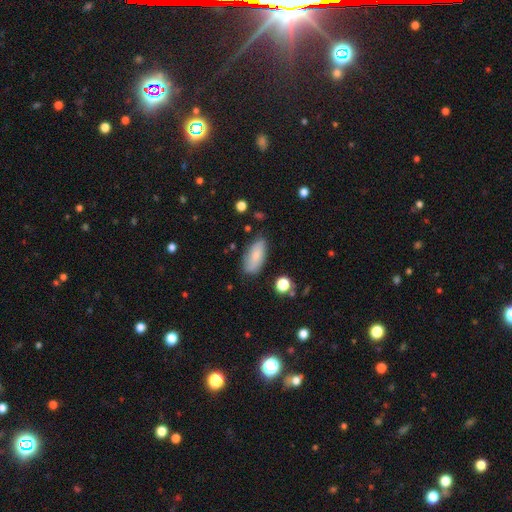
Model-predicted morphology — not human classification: The model was most divided on "merging": none: 75%, minor disturbance: 19%, major disturbance: 4%, merger: 2%. More confident: how rounded — in between (83%); smooth or featured — smooth (76%).